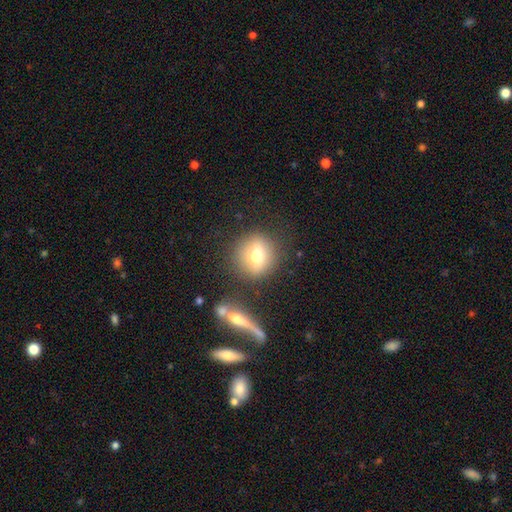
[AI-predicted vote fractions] Smooth or featured? Predicted: smooth (p=0.63). How rounded? Predicted: round (p=0.82). Merging? Predicted: none (p=0.80).